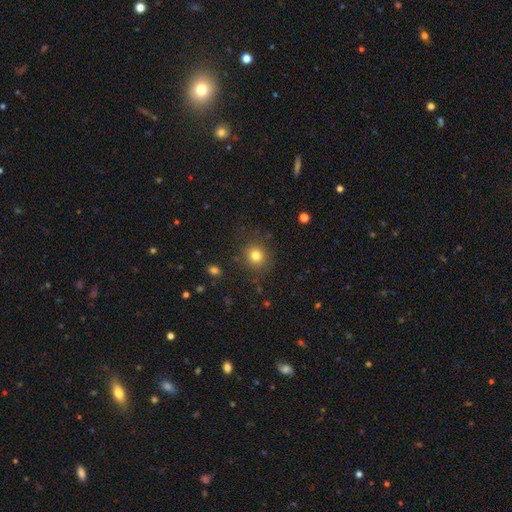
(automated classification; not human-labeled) Smooth or featured? Predicted: smooth (p=0.79). How rounded? Predicted: round (p=0.81). Merging? Predicted: none (p=0.84).